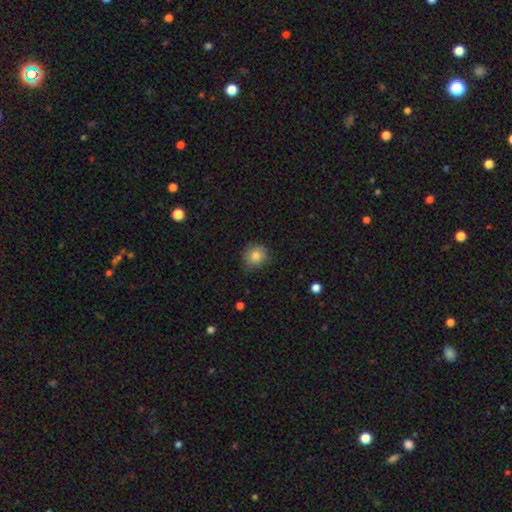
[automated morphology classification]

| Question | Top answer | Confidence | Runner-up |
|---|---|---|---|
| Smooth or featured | smooth | 83% | star or artifact (10%) |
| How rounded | round | 86% | in between (13%) |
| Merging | none | 82% | minor disturbance (15%) |